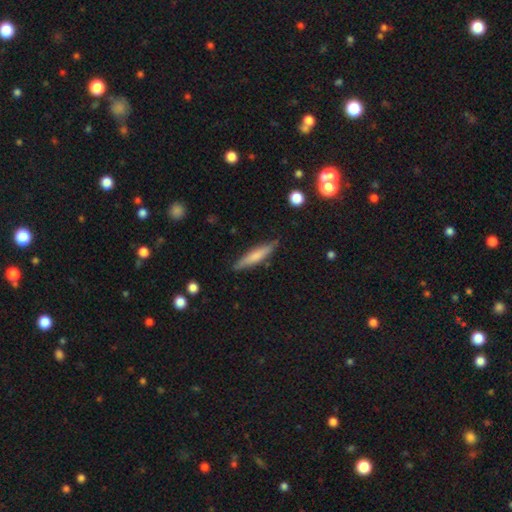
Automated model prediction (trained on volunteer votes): A smooth galaxy with no disk features (64%) that is cigar-shaped (89%).

Vote fractions:
- Smooth or featured? smooth: 64% / featured or disk: 30% / star or artifact: 6%
- How rounded? cigar-shaped: 89% / in between: 10% / round: 1%
- Merging? none: 86% / minor disturbance: 11% / major disturbance: 2% / merger: 1%